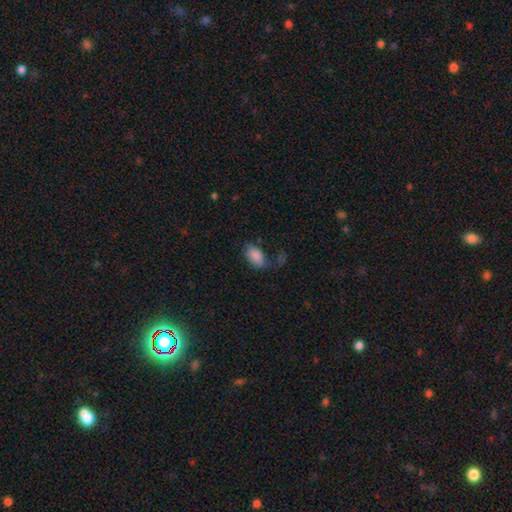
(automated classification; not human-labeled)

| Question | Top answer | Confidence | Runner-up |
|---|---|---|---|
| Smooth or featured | smooth | 86% | star or artifact (8%) |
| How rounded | in between | 92% | round (6%) |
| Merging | none | 58% | minor disturbance (25%) |